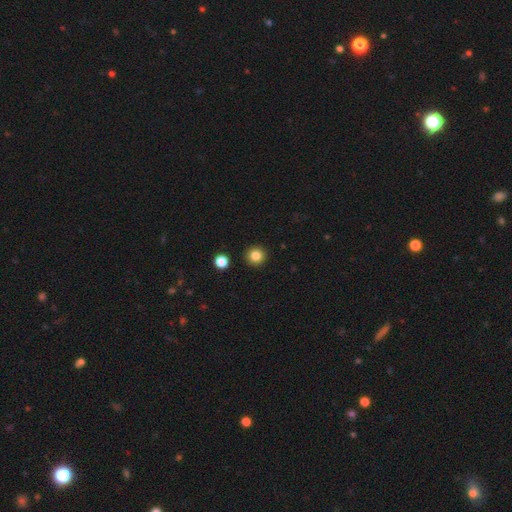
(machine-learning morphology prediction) A smooth galaxy with no disk features (84%) that is round (95%). Merging: none (93%).